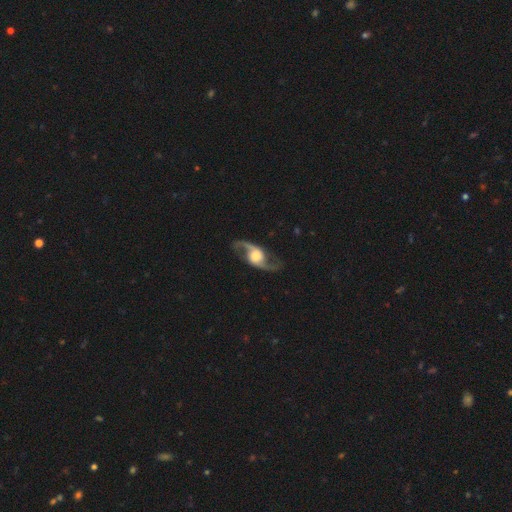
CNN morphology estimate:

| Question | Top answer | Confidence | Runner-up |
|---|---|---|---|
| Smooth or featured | featured or disk | 91% | smooth (5%) |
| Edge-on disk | no | 94% | yes (6%) |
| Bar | no | 59% | weak (29%) |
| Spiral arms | yes | 97% | no (3%) |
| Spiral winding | loose | 69% | medium (26%) |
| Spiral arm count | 2 | 95% | can't tell (1%) |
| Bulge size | large | 45% | moderate (37%) |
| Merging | none | 84% | minor disturbance (10%) |